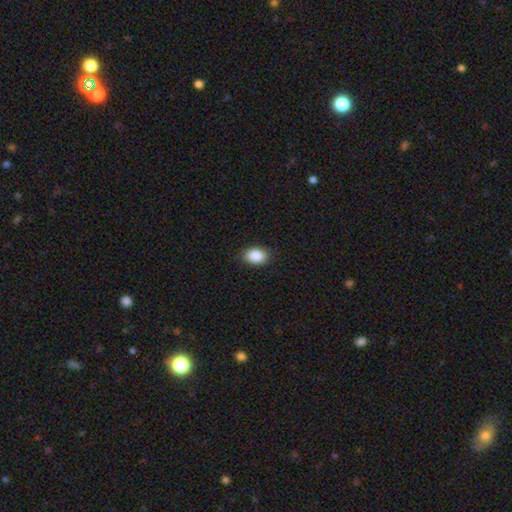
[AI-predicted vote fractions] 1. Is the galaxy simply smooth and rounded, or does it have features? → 88% smooth, 8% star or artifact, 4% featured or disk.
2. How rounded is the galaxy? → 79% in between, 20% round, 1% cigar-shaped.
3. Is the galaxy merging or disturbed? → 85% none, 12% minor disturbance, 2% major disturbance, 1% merger.